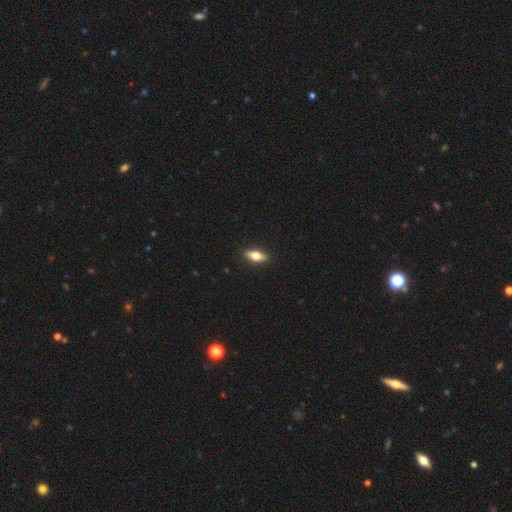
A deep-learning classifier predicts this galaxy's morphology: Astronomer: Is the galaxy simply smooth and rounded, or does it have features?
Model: smooth — 61%.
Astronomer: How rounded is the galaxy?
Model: in between — 67%.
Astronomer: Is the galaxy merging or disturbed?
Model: none — 90%.